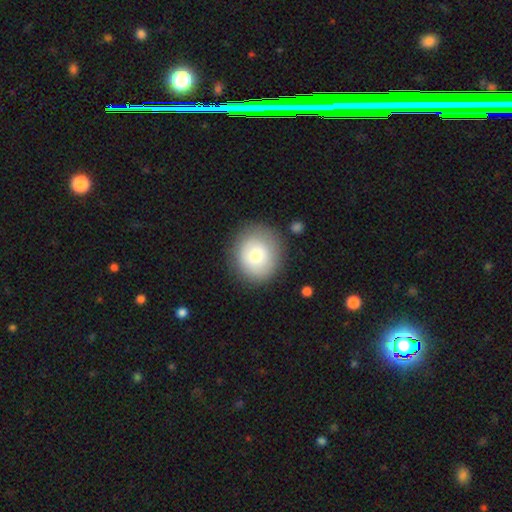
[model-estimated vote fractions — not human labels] Smooth or featured: smooth — 79% (featured or disk — 14%)
How rounded: round — 84% (in between — 15%)
Merging: none — 82% (minor disturbance — 12%)